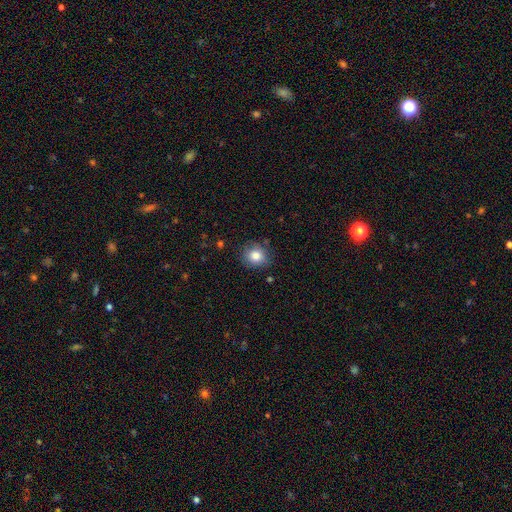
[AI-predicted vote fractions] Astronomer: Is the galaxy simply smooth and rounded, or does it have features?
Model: smooth — 82%.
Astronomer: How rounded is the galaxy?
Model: round — 79%.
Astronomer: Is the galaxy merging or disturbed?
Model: none — 80%.